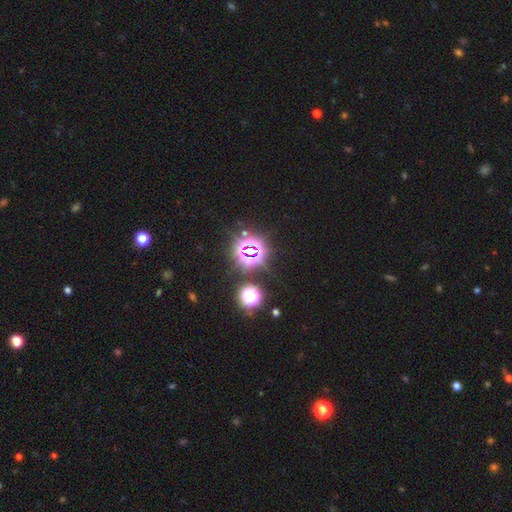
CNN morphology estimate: smooth-or-featured: star or artifact: 79% | smooth: 14% | featured or disk: 7%